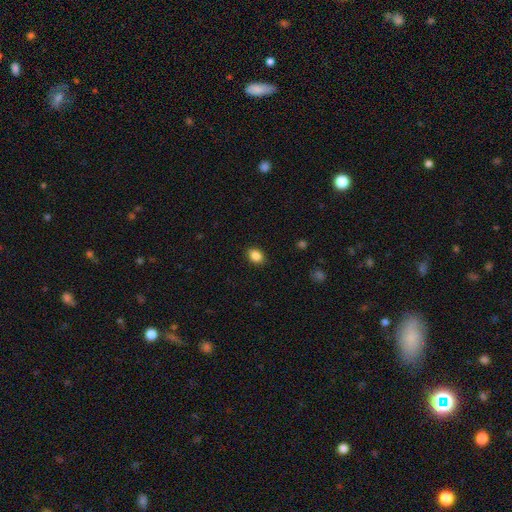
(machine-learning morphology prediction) The model was most divided on "how rounded": in between: 75%, round: 23%, cigar-shaped: 1%. More confident: merging — none (88%); smooth or featured — smooth (86%).